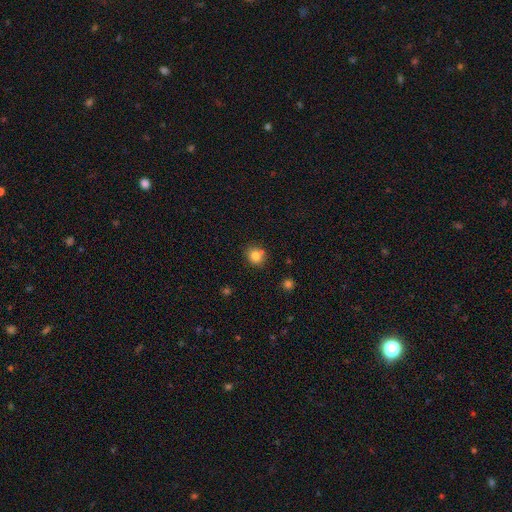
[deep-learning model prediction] smooth_or_featured: smooth (p=0.80) [alt: star or artifact p=0.12]
how_rounded: round (p=0.83) [alt: in between p=0.16]
merging: none (p=0.76) [alt: minor disturbance p=0.12]